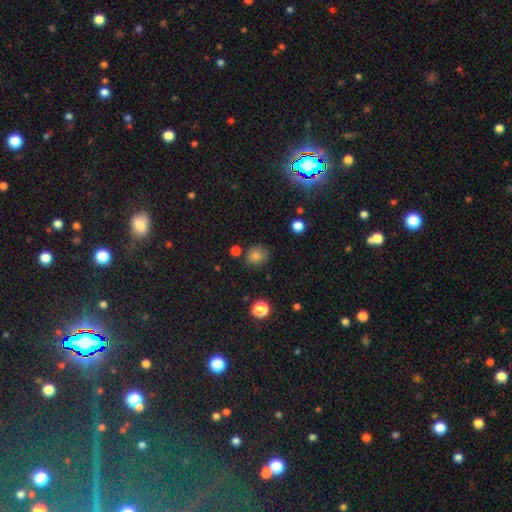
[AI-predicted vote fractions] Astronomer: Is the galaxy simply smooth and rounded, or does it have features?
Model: smooth — 76%.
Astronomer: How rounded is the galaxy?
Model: round — 79%.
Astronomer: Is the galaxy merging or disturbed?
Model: none — 75%.